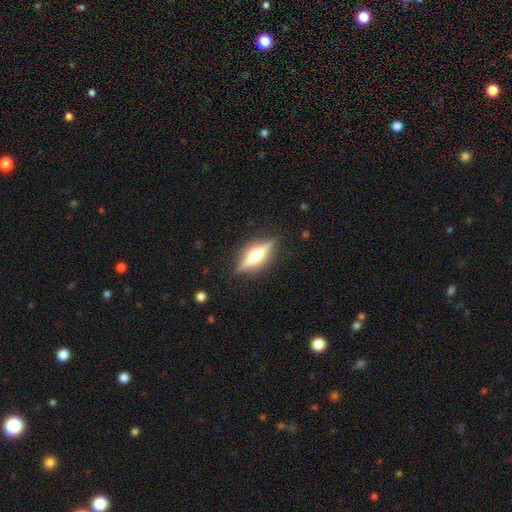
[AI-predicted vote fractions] Smooth or featured? featured or disk (74%)
Edge-on disk? yes (96%)
Edge-on bulge? rounded (91%)
Merging? none (87%)